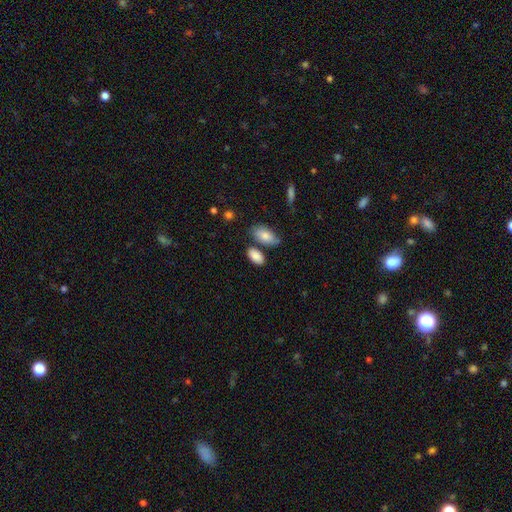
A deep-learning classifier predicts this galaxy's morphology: Overall: smooth (85%). How rounded: in between (92%). Merging: none (66%).